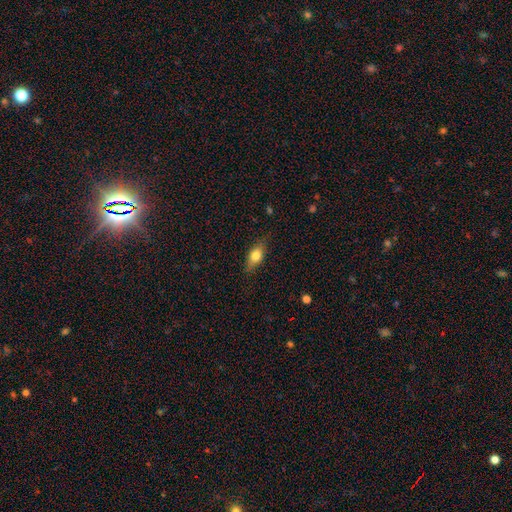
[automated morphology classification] The model was most divided on "smooth or featured": smooth: 72%, featured or disk: 20%, star or artifact: 8%. More confident: merging — none (80%); how rounded — in between (77%).